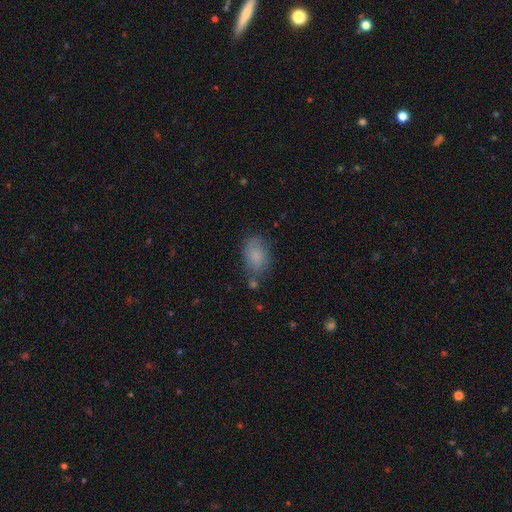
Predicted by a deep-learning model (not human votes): smooth_or_featured: smooth (p=0.82) [alt: featured or disk p=0.09]
how_rounded: in between (p=0.87) [alt: round p=0.11]
merging: none (p=0.69) [alt: minor disturbance p=0.20]